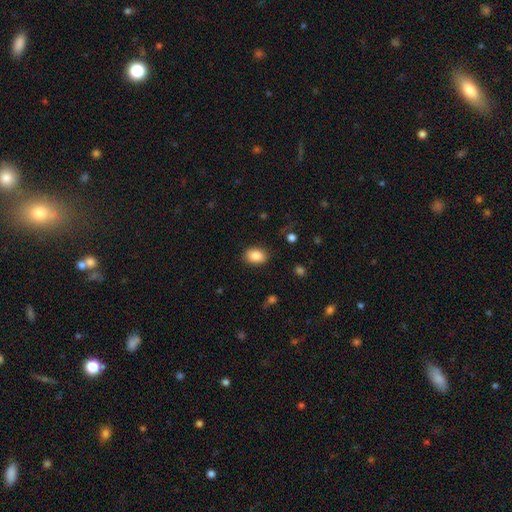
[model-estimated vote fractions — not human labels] This is clearly a smooth galaxy (87%). How rounded: likely in between (75%). Merging: clearly none (86%).